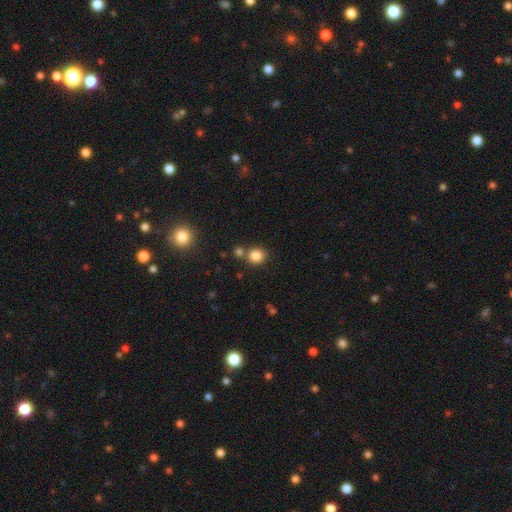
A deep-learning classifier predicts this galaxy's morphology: smooth-or-featured: smooth: 84% | star or artifact: 11% | featured or disk: 5%
  how-rounded: round: 79% | in between: 20% | cigar-shaped: 1%
  merging: none: 69% | merger: 18% | minor disturbance: 9% | major disturbance: 3%